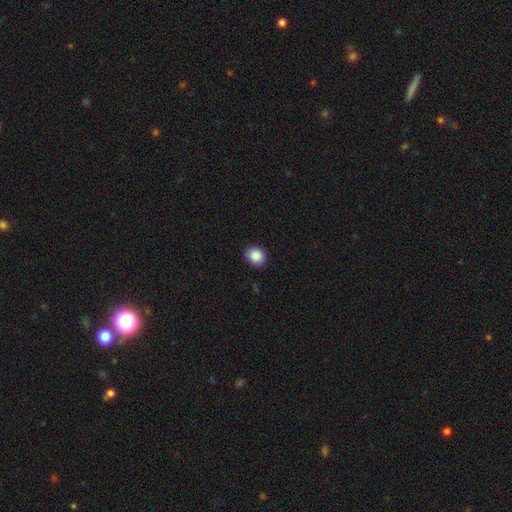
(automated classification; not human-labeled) Q: Smooth or featured?
A: smooth (88%); runner-up: star or artifact (9%)
Q: How rounded?
A: round (75%); runner-up: in between (25%)
Q: Merging?
A: none (89%); runner-up: minor disturbance (8%)